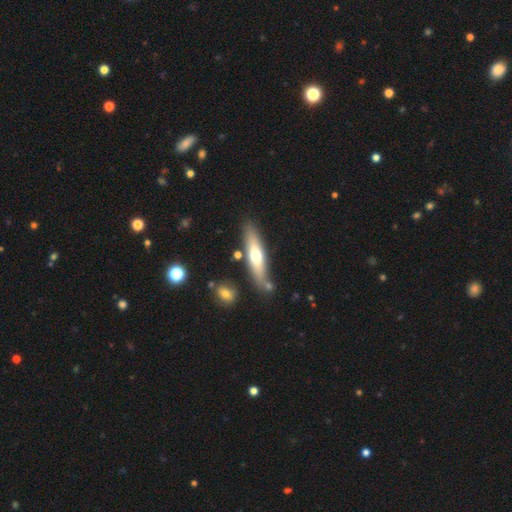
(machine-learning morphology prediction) smooth-or-featured: smooth: 53% | featured or disk: 41% | star or artifact: 6%
  how-rounded: cigar-shaped: 74% | in between: 25% | round: 2%
  merging: none: 76% | minor disturbance: 13% | merger: 7% | major disturbance: 3%